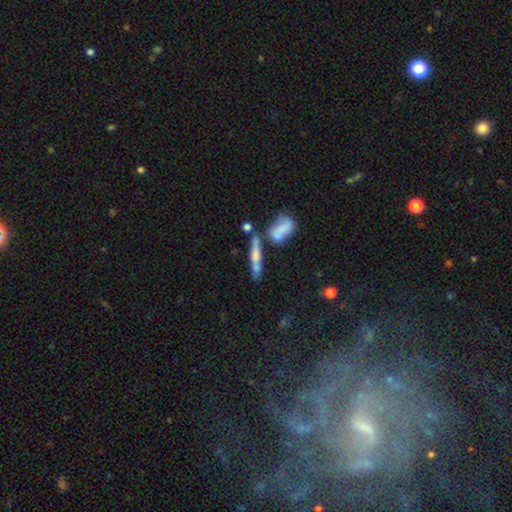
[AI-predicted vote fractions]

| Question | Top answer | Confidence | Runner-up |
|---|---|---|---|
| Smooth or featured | smooth | 51% | featured or disk (39%) |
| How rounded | cigar-shaped | 79% | in between (17%) |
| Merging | none | 56% | merger (23%) |